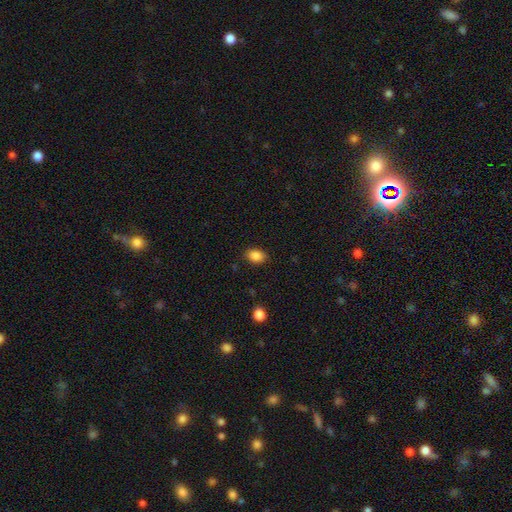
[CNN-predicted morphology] type=smooth (87%); roundness=in between (74%); merging=none (84%).